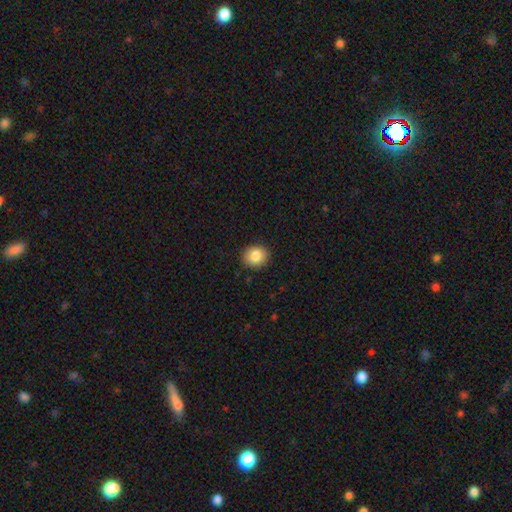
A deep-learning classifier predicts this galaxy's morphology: Smooth or featured? Predicted: smooth (p=0.85). How rounded? Predicted: round (p=0.70). Merging? Predicted: none (p=0.89).